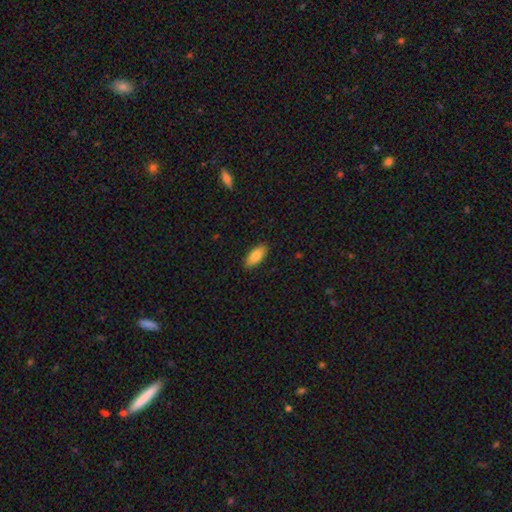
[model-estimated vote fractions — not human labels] Smooth or featured?
  - smooth: 84% *
  - featured or disk: 10%
  - star or artifact: 6%
How rounded?
  - in between: 84% *
  - cigar-shaped: 14%
  - round: 2%
Merging?
  - none: 88% *
  - minor disturbance: 9%
  - major disturbance: 2%
  - merger: 1%